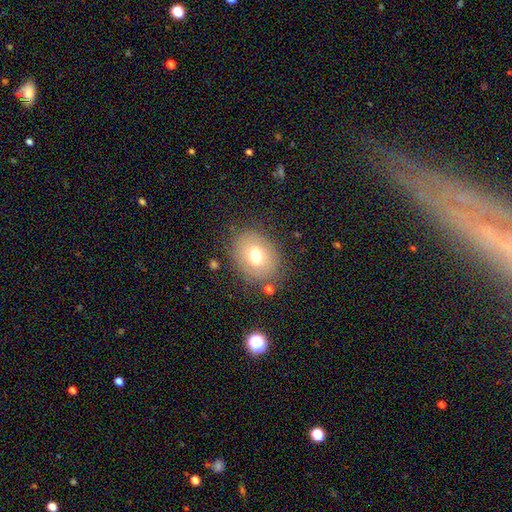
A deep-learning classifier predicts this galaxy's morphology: The model was most divided on "how rounded": in between: 58%, round: 41%, cigar-shaped: 1%. More confident: merging — none (77%); smooth or featured — smooth (65%).